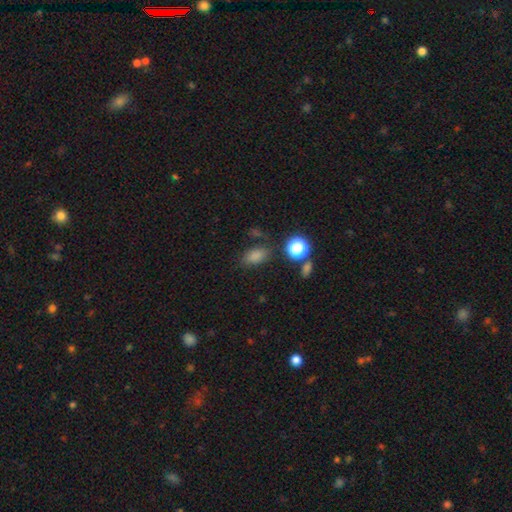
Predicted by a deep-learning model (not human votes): The model was most divided on "merging": none: 74%, minor disturbance: 16%, merger: 6%, major disturbance: 5%. More confident: how rounded — in between (82%); smooth or featured — smooth (78%).